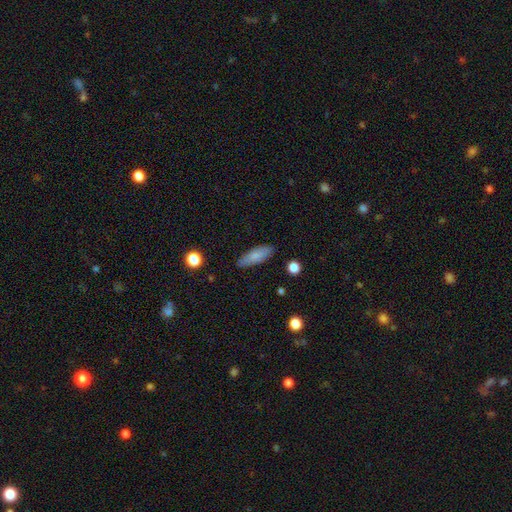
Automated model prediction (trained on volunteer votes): Overall: smooth (80%). How rounded: in between (53%; cigar-shaped 44%). Merging: none (84%).